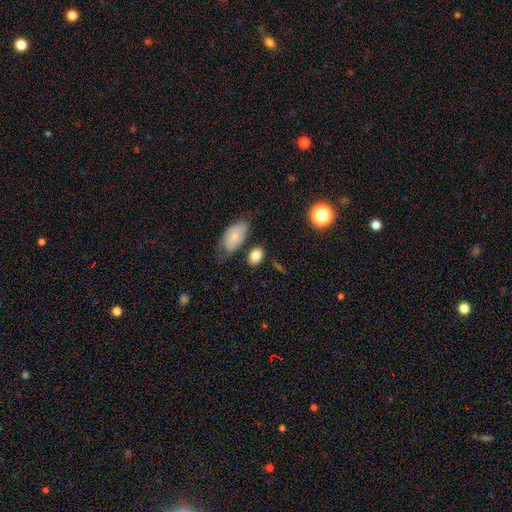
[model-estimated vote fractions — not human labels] This is clearly a smooth galaxy (83%). How rounded: likely in between (77%). Merging: likely none (72%).